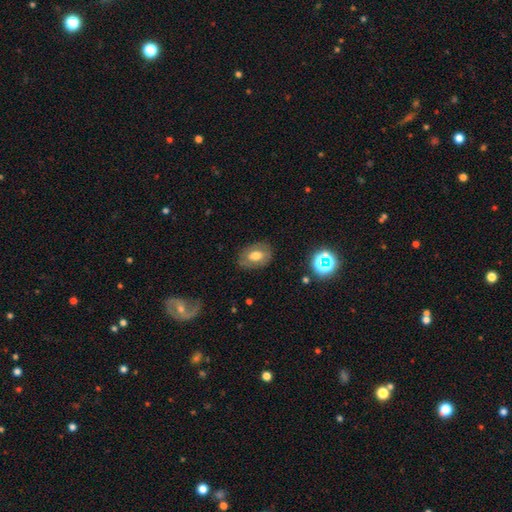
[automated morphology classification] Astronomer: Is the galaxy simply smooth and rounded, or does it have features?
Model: smooth — 63%.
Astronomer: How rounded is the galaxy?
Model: in between — 74%.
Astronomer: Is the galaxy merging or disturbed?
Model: none — 80%.